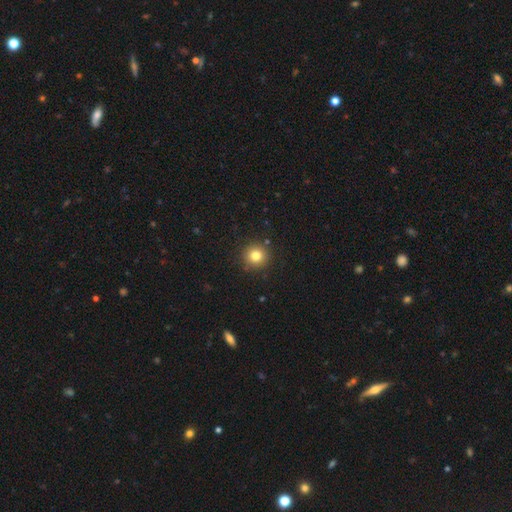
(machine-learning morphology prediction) Q: Smooth or featured?
A: smooth (80%); runner-up: star or artifact (13%)
Q: How rounded?
A: round (94%); runner-up: in between (5%)
Q: Merging?
A: none (89%); runner-up: minor disturbance (7%)